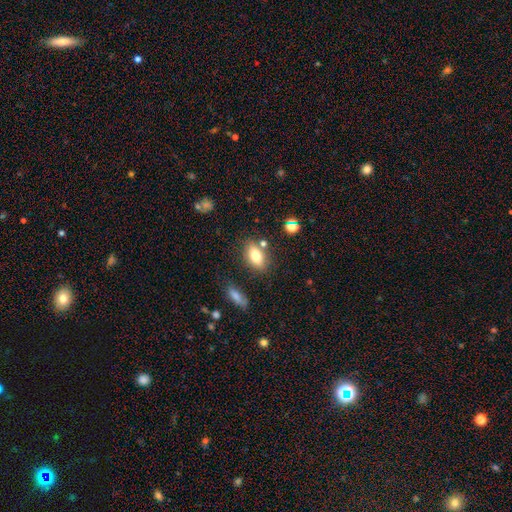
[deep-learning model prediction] A smooth galaxy with no disk features (76%) that is in between round and cigar-shaped (84%).

Vote fractions:
- Smooth or featured? smooth: 76% / featured or disk: 15% / star or artifact: 10%
- How rounded? in between: 84% / round: 9% / cigar-shaped: 6%
- Merging? none: 75% / minor disturbance: 14% / merger: 8% / major disturbance: 4%